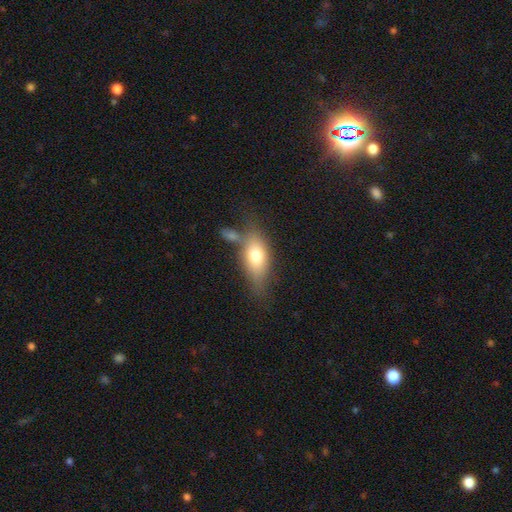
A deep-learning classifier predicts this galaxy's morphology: Smooth or featured? Predicted: smooth (p=0.70). How rounded? Predicted: in between (p=0.82). Merging? Predicted: none (p=0.53).